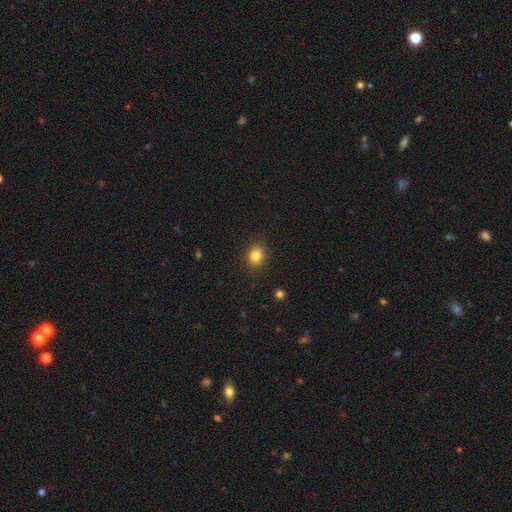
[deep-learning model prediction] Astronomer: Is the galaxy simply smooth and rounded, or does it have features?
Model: smooth — 83%.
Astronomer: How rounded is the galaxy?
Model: round — 68%.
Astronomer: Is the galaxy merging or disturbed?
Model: none — 90%.